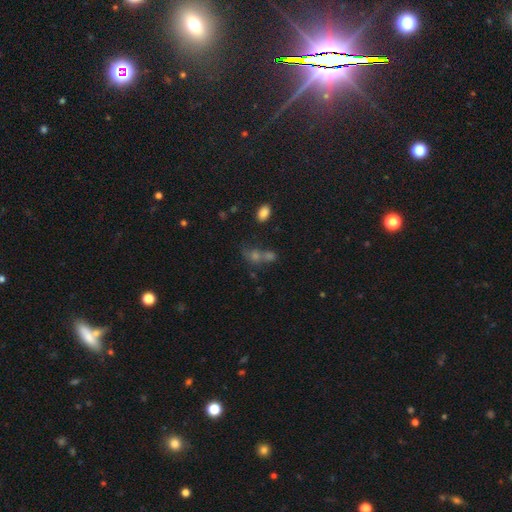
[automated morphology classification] type=smooth (50%); merging=merger (42%).